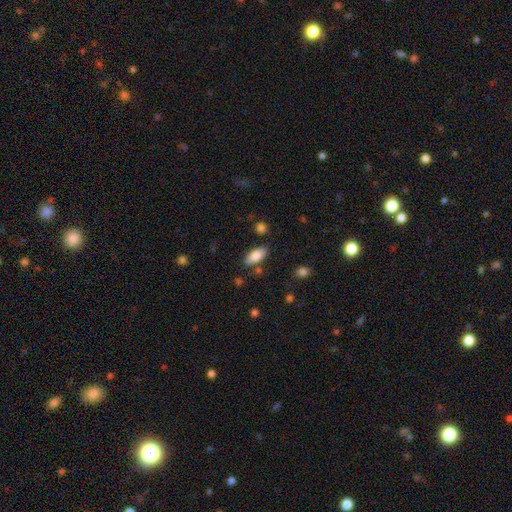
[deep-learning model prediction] Smooth or featured? Predicted: smooth (p=0.82). How rounded? Predicted: in between (p=0.88). Merging? Predicted: none (p=0.82).